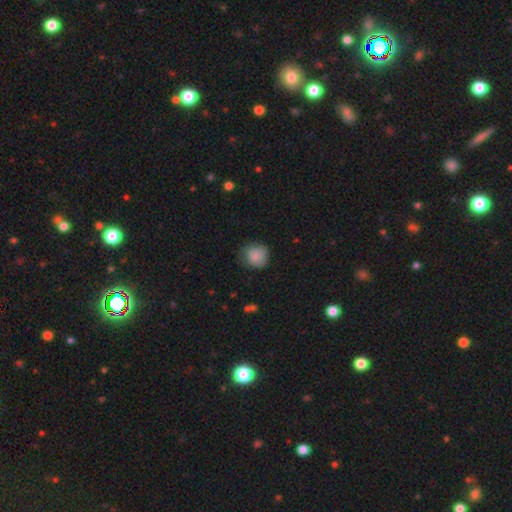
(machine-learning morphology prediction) The model was most divided on "merging": none: 67%, minor disturbance: 25%, major disturbance: 7%, merger: 1%. More confident: smooth or featured — smooth (84%); how rounded — round (84%).